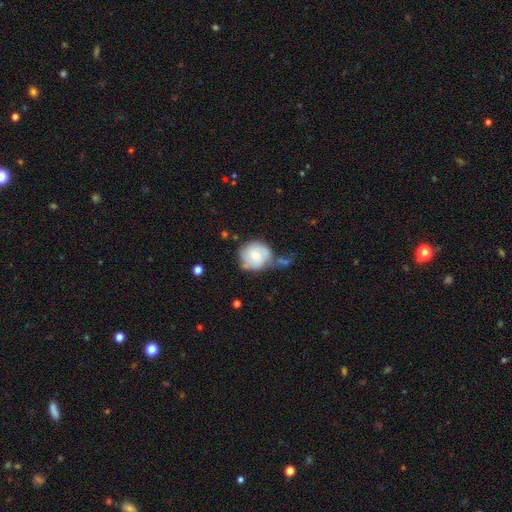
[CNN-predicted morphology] Smooth or featured: smooth — 56% (featured or disk — 37%)
How rounded: round — 87% (in between — 12%)
Merging: none — 47% (minor disturbance — 26%)